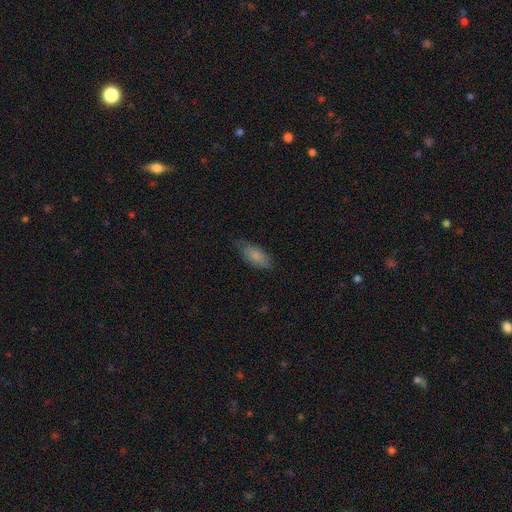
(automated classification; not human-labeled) Morphology: type=smooth (80%); roundness=in between (86%); merging=none (65%).